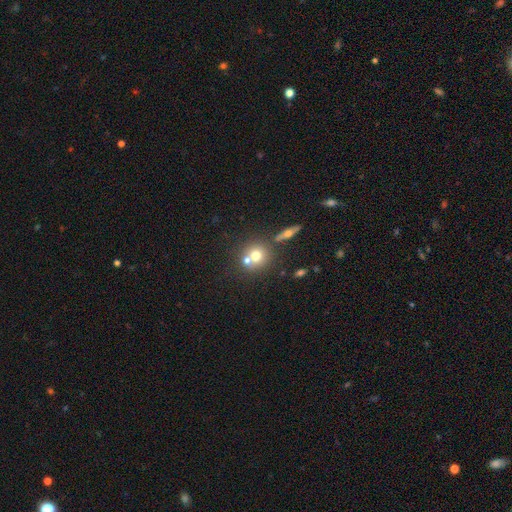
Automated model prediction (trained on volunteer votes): Q: Smooth or featured?
A: smooth (66%); runner-up: featured or disk (21%)
Q: How rounded?
A: round (87%); runner-up: in between (12%)
Q: Merging?
A: none (48%); runner-up: merger (41%)